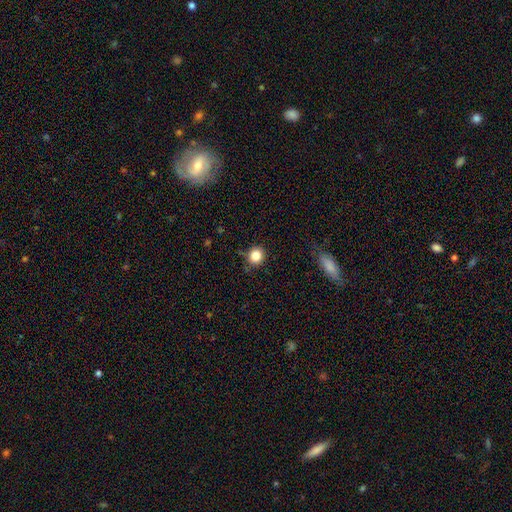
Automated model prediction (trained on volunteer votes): A smooth galaxy with no disk features (84%) that is round (86%).

Vote fractions:
- Smooth or featured? smooth: 84% / star or artifact: 11% / featured or disk: 5%
- How rounded? round: 86% / in between: 13% / cigar-shaped: 1%
- Merging? none: 81% / minor disturbance: 13% / major disturbance: 3% / merger: 2%